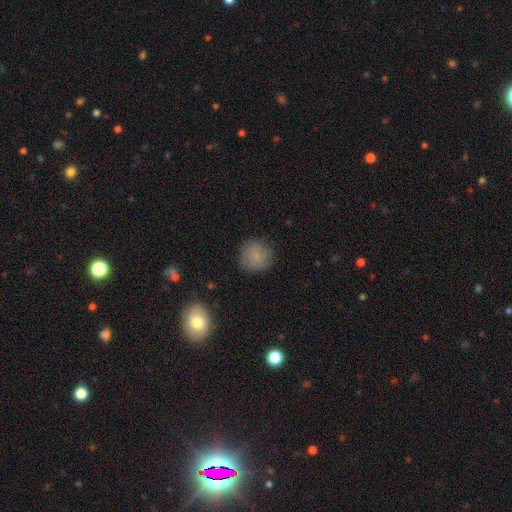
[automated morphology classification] Q: Smooth or featured?
A: smooth (83%); runner-up: star or artifact (10%)
Q: How rounded?
A: round (92%); runner-up: in between (7%)
Q: Merging?
A: none (84%); runner-up: minor disturbance (11%)